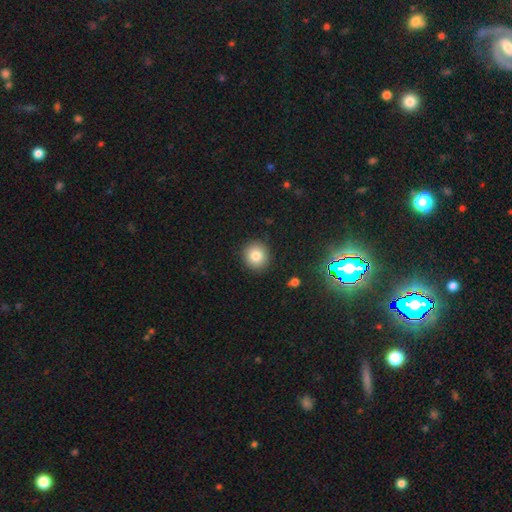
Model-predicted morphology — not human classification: smooth-or-featured: smooth: 81% | star or artifact: 11% | featured or disk: 7%
  how-rounded: round: 90% | in between: 9% | cigar-shaped: 1%
  merging: none: 90% | minor disturbance: 7% | major disturbance: 2% | merger: 1%